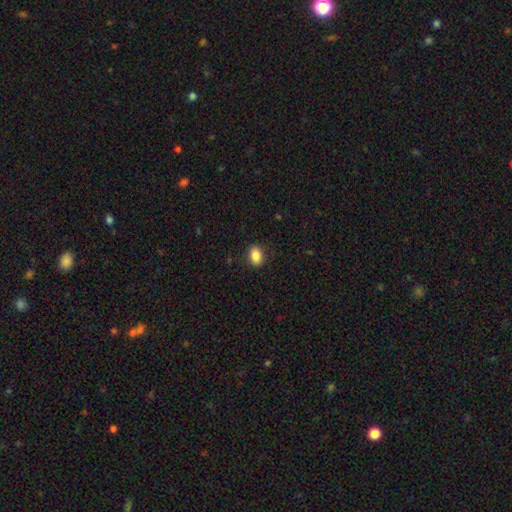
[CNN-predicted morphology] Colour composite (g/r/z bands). It shows a smooth galaxy with no disk features (87%) that is in between round and cigar-shaped (78%). Merging: none (89%).